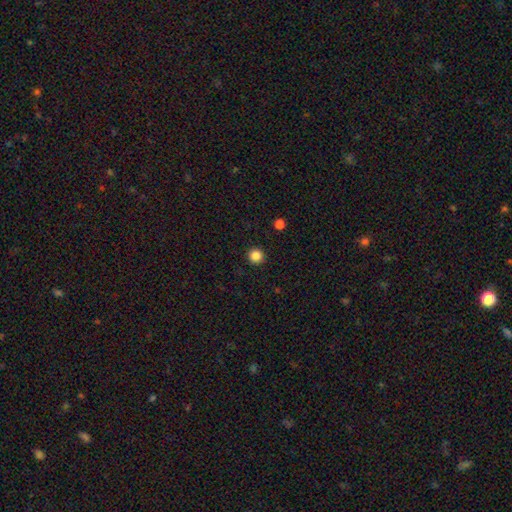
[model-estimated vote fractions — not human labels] smooth_or_featured: smooth (p=0.85) [alt: star or artifact p=0.11]
how_rounded: round (p=0.96) [alt: in between p=0.03]
merging: none (p=0.93) [alt: minor disturbance p=0.04]